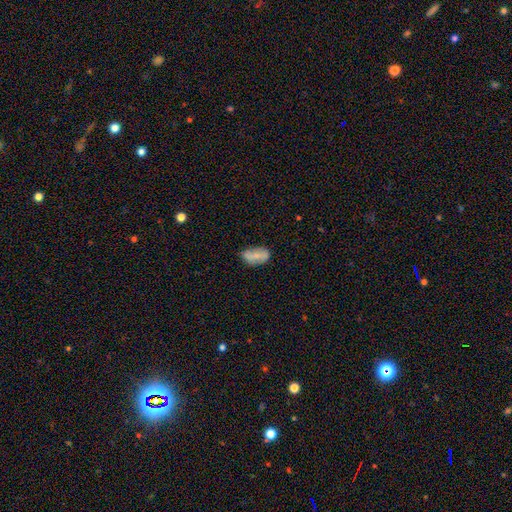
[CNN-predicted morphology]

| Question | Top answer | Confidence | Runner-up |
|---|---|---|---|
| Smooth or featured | smooth | 66% | featured or disk (26%) |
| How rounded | in between | 91% | round (5%) |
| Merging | none | 67% | minor disturbance (23%) |